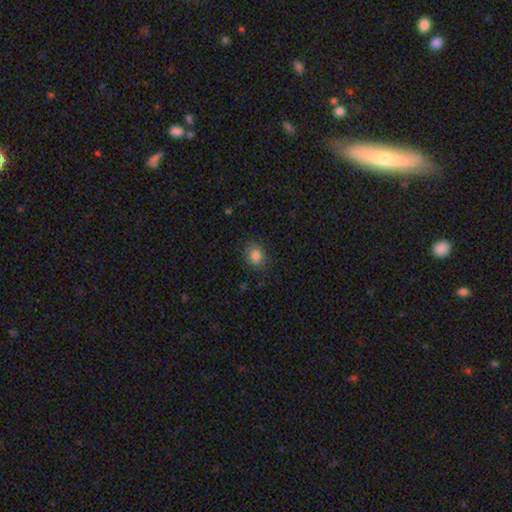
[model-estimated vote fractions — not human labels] Smooth or featured?
  - smooth: 83% *
  - star or artifact: 10%
  - featured or disk: 7%
How rounded?
  - round: 55% *
  - in between: 44%
  - cigar-shaped: 1%
Merging?
  - none: 80% *
  - minor disturbance: 15%
  - major disturbance: 4%
  - merger: 1%